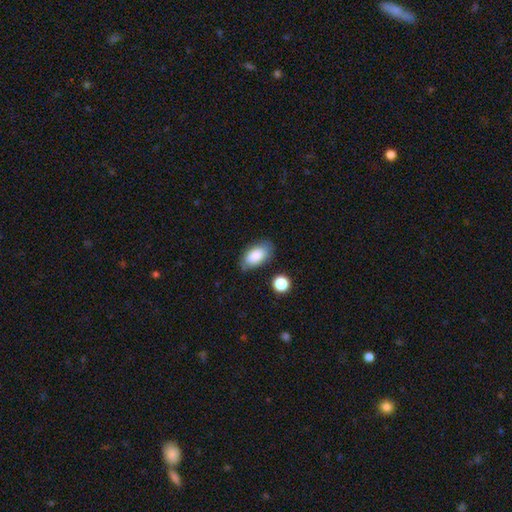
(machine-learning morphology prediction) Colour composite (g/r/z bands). It shows a smooth galaxy with no disk features (84%) that is in between round and cigar-shaped (93%). Merging: none (73%).